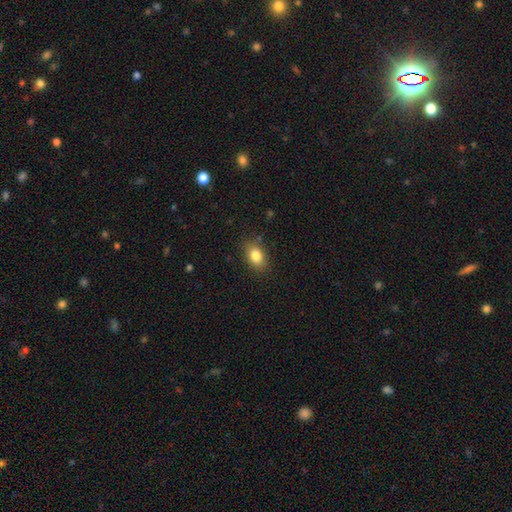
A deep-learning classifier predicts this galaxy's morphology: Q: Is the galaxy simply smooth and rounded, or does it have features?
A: smooth — 84%.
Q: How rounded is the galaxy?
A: in between — 83%.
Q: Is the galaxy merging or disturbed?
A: none — 83%.